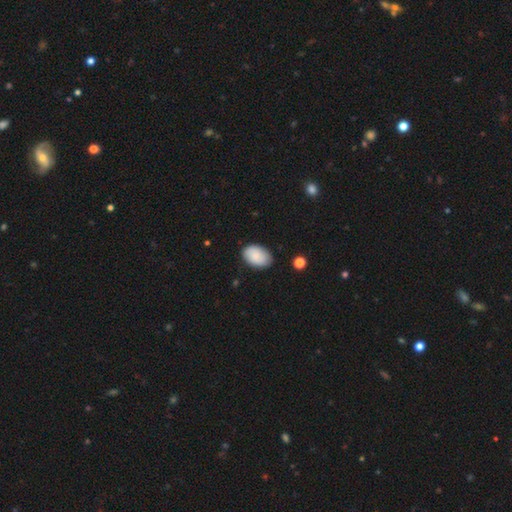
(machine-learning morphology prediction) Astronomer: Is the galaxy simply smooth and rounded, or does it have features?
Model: smooth — 86%.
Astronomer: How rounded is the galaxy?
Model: in between — 90%.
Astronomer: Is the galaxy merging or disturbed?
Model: none — 82%.